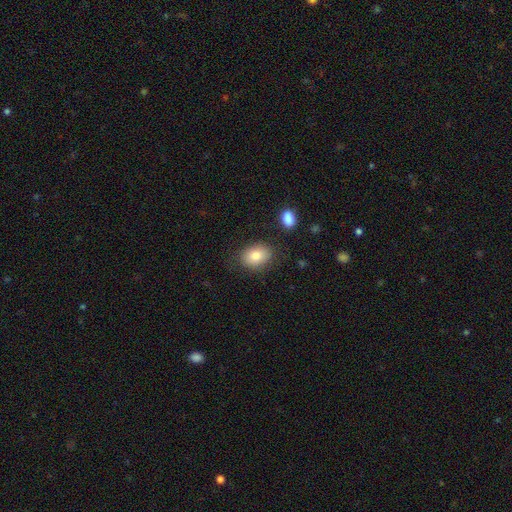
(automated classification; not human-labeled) A smooth galaxy with no disk features (83%) that is in between round and cigar-shaped (75%). Merging: none (80%).